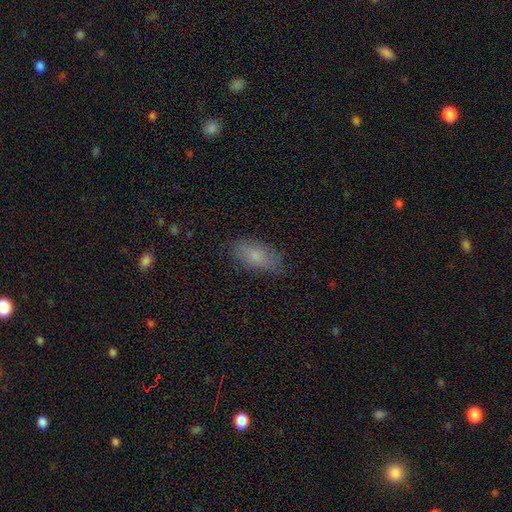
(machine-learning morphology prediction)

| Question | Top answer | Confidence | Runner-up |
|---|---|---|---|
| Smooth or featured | smooth | 76% | featured or disk (16%) |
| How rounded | in between | 87% | cigar-shaped (9%) |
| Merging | none | 76% | minor disturbance (19%) |